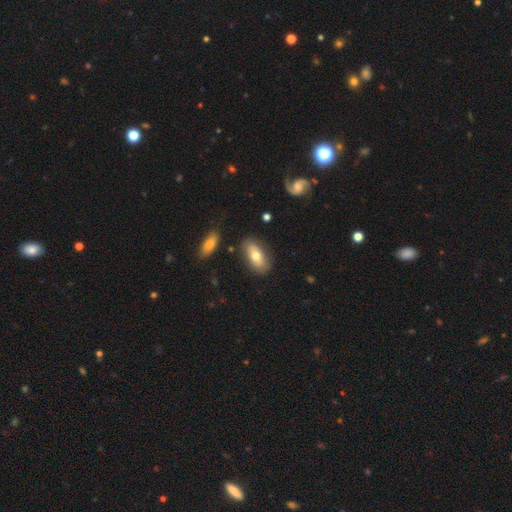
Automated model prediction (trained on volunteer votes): A smooth galaxy with no disk features (68%) that is in between round and cigar-shaped (88%). Merging: none (81%).